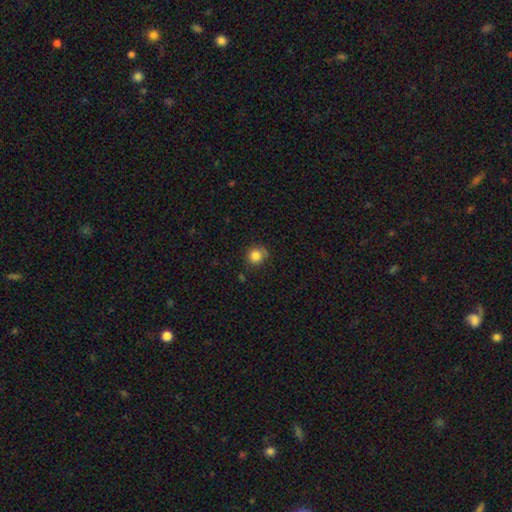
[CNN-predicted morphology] Smooth or featured?
  - smooth: 84% *
  - star or artifact: 11%
  - featured or disk: 5%
How rounded?
  - round: 86% *
  - in between: 13%
  - cigar-shaped: 1%
Merging?
  - none: 77% *
  - minor disturbance: 18%
  - major disturbance: 4%
  - merger: 2%